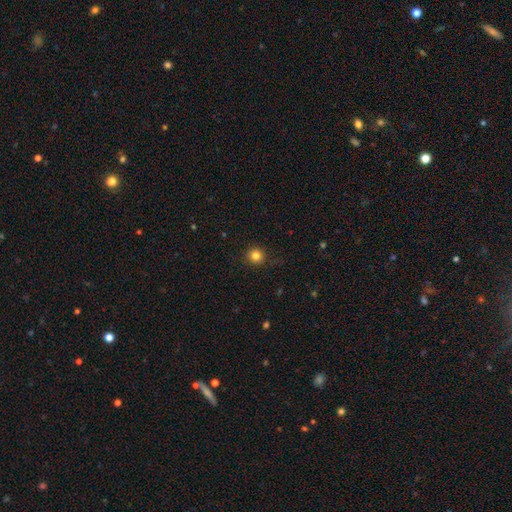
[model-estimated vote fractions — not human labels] Q: Smooth or featured?
A: smooth (83%); runner-up: star or artifact (12%)
Q: How rounded?
A: round (92%); runner-up: in between (7%)
Q: Merging?
A: none (88%); runner-up: minor disturbance (8%)